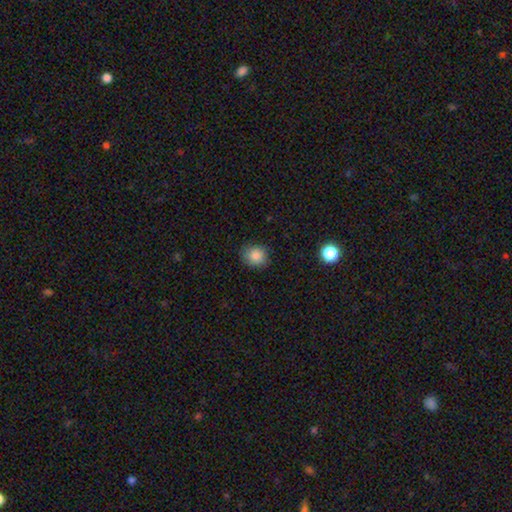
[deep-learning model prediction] The model was most divided on "how rounded": round: 78%, in between: 21%, cigar-shaped: 1%. More confident: smooth or featured — smooth (86%); merging — none (84%).